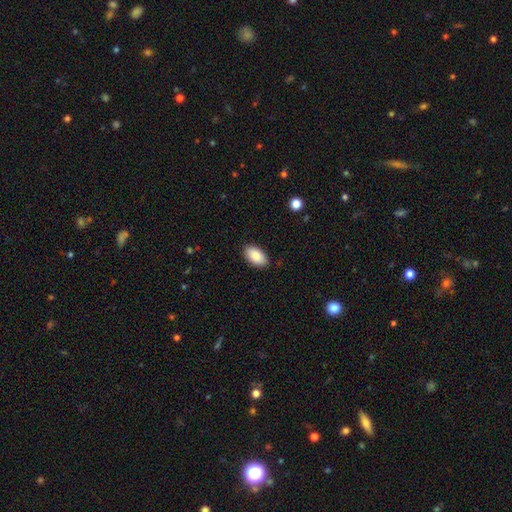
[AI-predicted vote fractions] smooth 84%, featured or disk 9%, star or artifact 7%. Down the decision tree: how rounded — in between (94%); merging — none (88%).